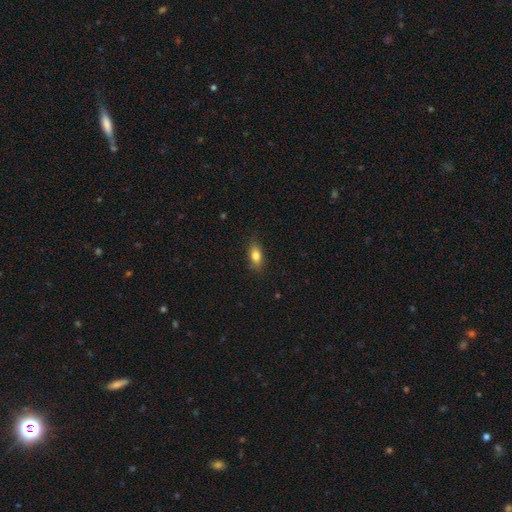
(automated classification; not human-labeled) This appears to be a smooth galaxy with no disk features (81%) that is in between round and cigar-shaped (83%). Merging: none (82%).